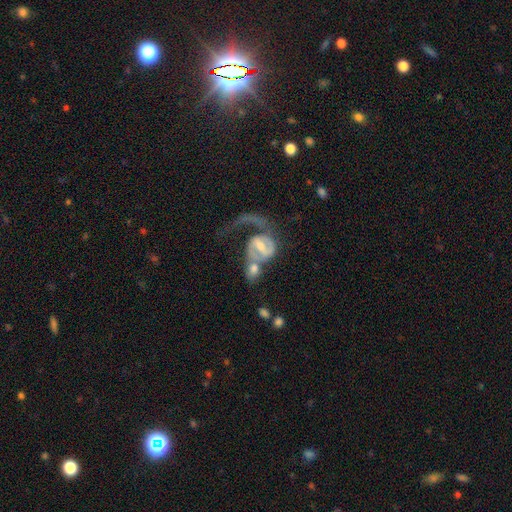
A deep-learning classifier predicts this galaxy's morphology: Smooth or featured?
  - featured or disk: 78% *
  - smooth: 13%
  - star or artifact: 10%
Edge-on disk?
  - no: 97% *
  - yes: 3%
Bar?
  - no: 48% *
  - weak: 37%
  - strong: 15%
Spiral arms?
  - yes: 86% *
  - no: 14%
Spiral winding?
  - loose: 43% *
  - medium: 37%
  - tight: 20%
Spiral arm count?
  - 1: 54% *
  - 2: 35%
  - can't tell: 7%
  - 3: 2%
  - 4: 1%
  - more than 4: 1%
Bulge size?
  - small: 45% *
  - moderate: 40%
  - none: 8%
  - large: 5%
  - dominant: 2%
Merging?
  - merger: 40% *
  - major disturbance: 28%
  - none: 22%
  - minor disturbance: 10%